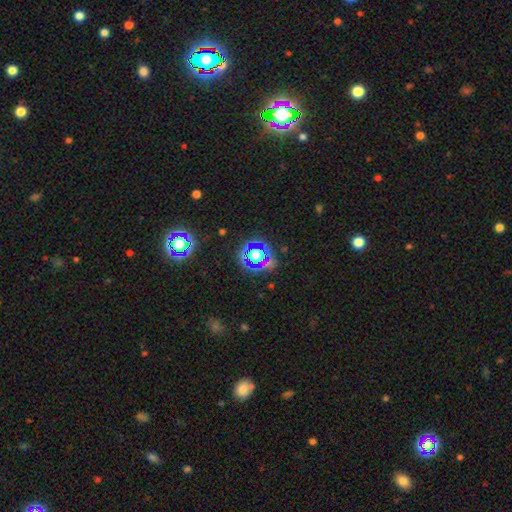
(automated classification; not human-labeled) This appears to be a star or artifact, not a galaxy (57%).